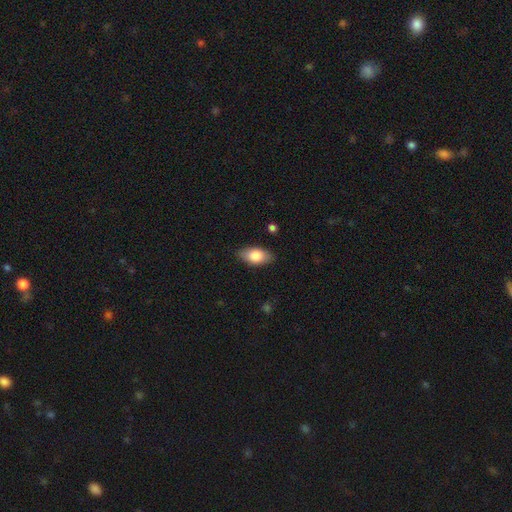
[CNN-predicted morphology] A smooth galaxy with no disk features (81%) that is in between round and cigar-shaped (92%).

Vote fractions:
- Smooth or featured? smooth: 81% / featured or disk: 12% / star or artifact: 6%
- How rounded? in between: 92% / cigar-shaped: 4% / round: 4%
- Merging? none: 86% / minor disturbance: 11% / major disturbance: 2% / merger: 1%